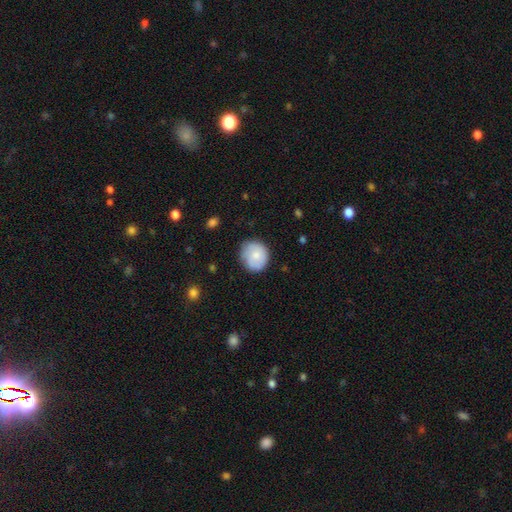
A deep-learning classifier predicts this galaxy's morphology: This is likely a smooth galaxy (75%). How rounded: clearly round (84%). Merging: likely none (77%).